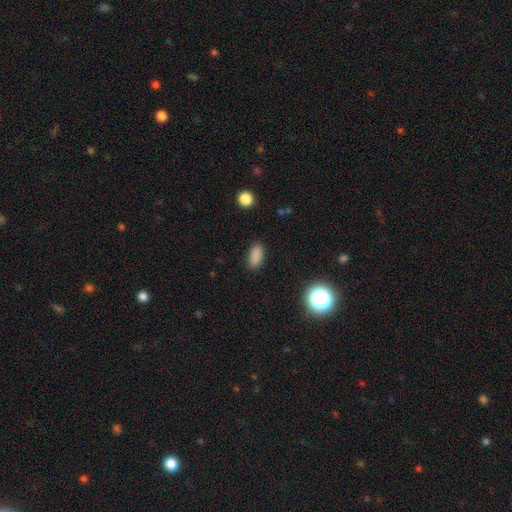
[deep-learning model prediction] Q: Smooth or featured?
A: smooth (85%); runner-up: star or artifact (11%)
Q: How rounded?
A: in between (88%); runner-up: cigar-shaped (7%)
Q: Merging?
A: none (87%); runner-up: minor disturbance (9%)